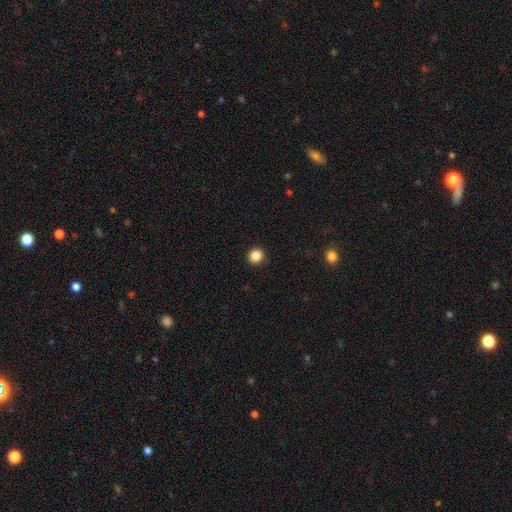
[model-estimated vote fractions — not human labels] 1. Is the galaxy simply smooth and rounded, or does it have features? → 86% smooth, 11% star or artifact, 3% featured or disk.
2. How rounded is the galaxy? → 86% round, 13% in between, 1% cigar-shaped.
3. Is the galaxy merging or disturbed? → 90% none, 7% minor disturbance, 2% major disturbance, 1% merger.